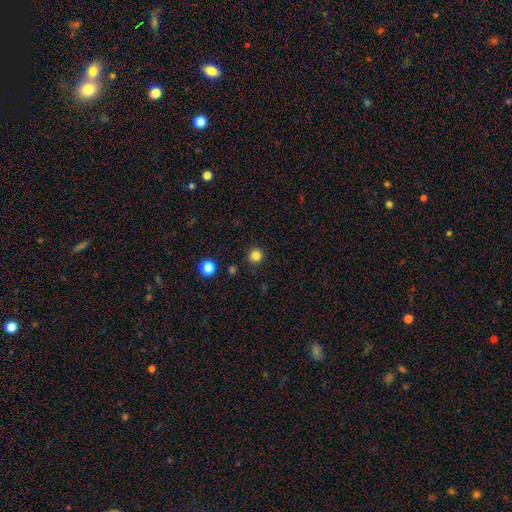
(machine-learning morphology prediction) Q: Smooth or featured?
A: smooth (83%); runner-up: star or artifact (13%)
Q: How rounded?
A: round (95%); runner-up: in between (4%)
Q: Merging?
A: none (91%); runner-up: minor disturbance (6%)